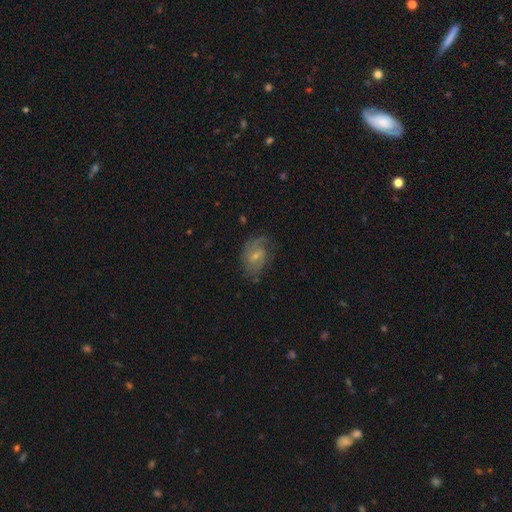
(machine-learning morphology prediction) Overall: featured or disk (71%). Edge-on disk: no (97%). Bar: no (49%; weak 44%). Spiral arms: yes (89%). Spiral arm count: 2 (48%; 1 22%). Spiral winding: medium (44%; tight 29%). Bulge size: small (64%; moderate 29%). Merging: none (62%).